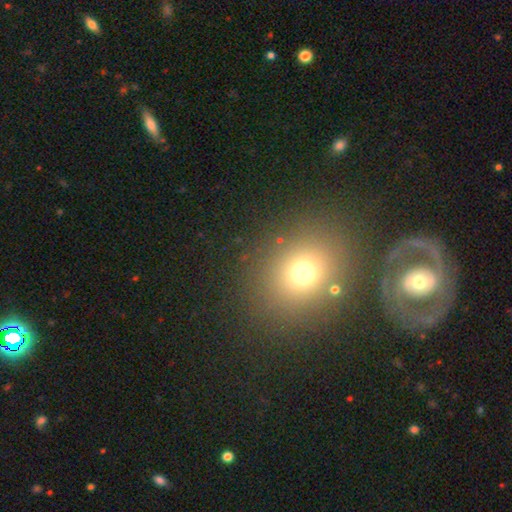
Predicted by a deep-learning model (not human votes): Smooth or featured? smooth (56%)
How rounded? round (64%)
Merging? none (73%)